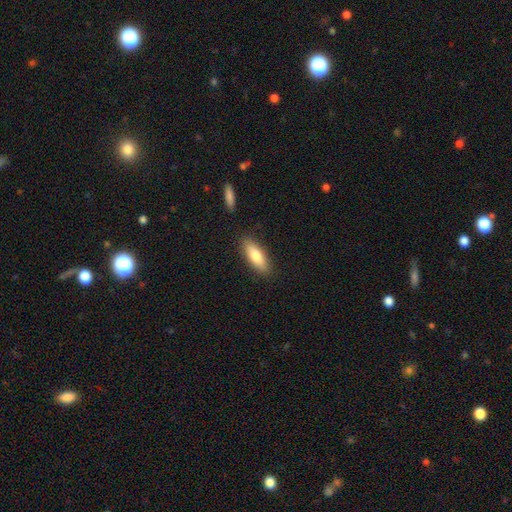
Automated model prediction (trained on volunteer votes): smooth_or_featured: smooth (p=0.77) [alt: featured or disk p=0.17]
how_rounded: in between (p=0.64) [alt: cigar-shaped p=0.34]
merging: none (p=0.86) [alt: minor disturbance p=0.10]